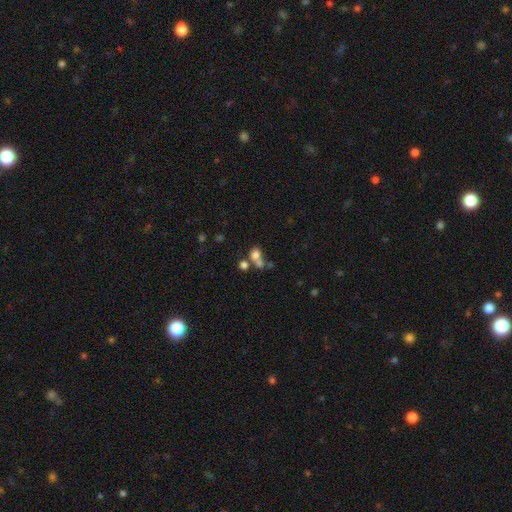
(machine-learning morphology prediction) A smooth galaxy with no disk features (70%) that is round (58%).

Vote fractions:
- Smooth or featured? smooth: 70% / featured or disk: 15% / star or artifact: 15%
- How rounded? round: 58% / in between: 40% / cigar-shaped: 2%
- Merging? merger: 52% / none: 33% / minor disturbance: 8% / major disturbance: 7%